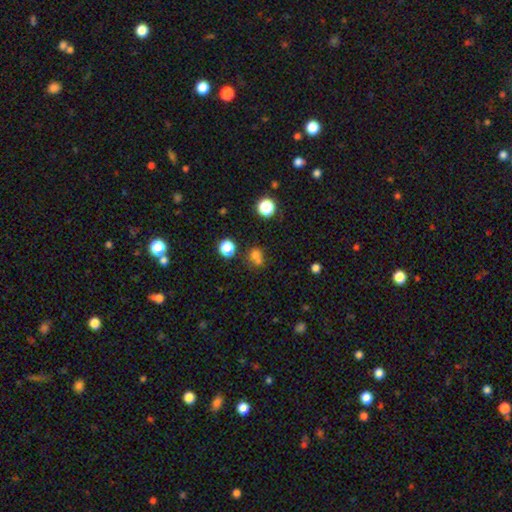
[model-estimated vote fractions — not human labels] smooth-or-featured: smooth: 71% | star or artifact: 19% | featured or disk: 10%
  how-rounded: round: 79% | in between: 20% | cigar-shaped: 1%
  merging: none: 48% | merger: 38% | minor disturbance: 10% | major disturbance: 4%